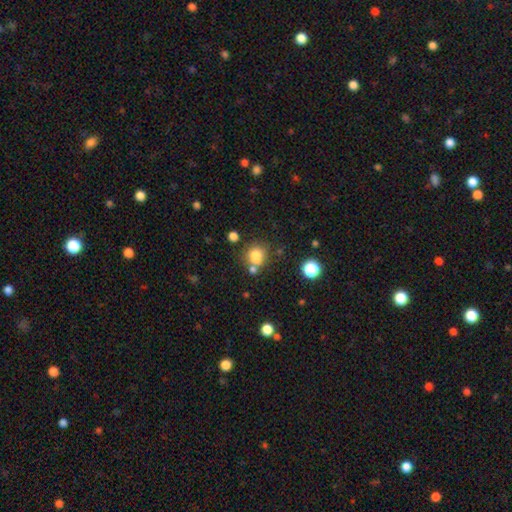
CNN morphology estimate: Smooth or featured? smooth (76%)
How rounded? round (78%)
Merging? none (55%)